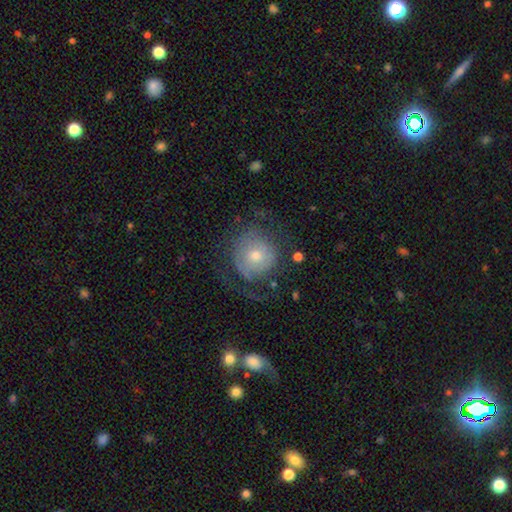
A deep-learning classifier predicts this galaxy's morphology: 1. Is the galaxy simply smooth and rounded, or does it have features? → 57% featured or disk, 35% smooth, 8% star or artifact.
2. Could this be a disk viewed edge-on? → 97% no, 3% yes.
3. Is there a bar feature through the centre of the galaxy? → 79% no, 18% weak, 3% strong.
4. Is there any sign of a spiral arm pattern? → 72% yes, 28% no.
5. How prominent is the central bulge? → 57% moderate, 36% small, 4% large, 2% none, 1% dominant.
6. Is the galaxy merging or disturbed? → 57% none, 23% major disturbance, 18% minor disturbance, 2% merger.